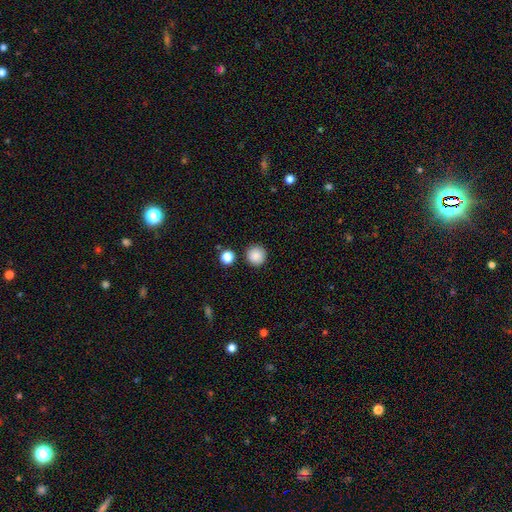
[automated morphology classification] Smooth or featured? smooth (87%)
How rounded? round (95%)
Merging? none (90%)